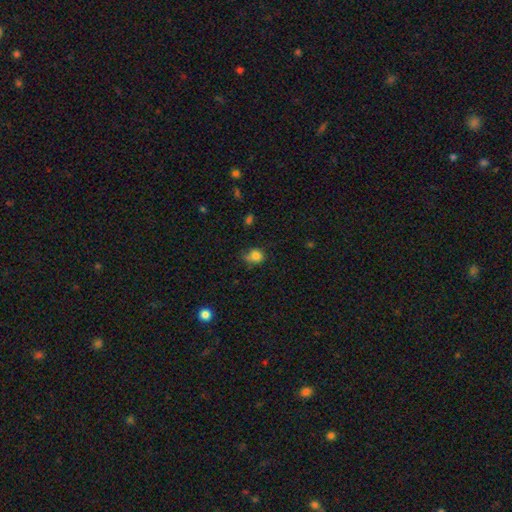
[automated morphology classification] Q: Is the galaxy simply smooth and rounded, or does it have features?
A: smooth — 82%.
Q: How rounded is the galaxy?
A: round — 63%.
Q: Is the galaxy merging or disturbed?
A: none — 50%.